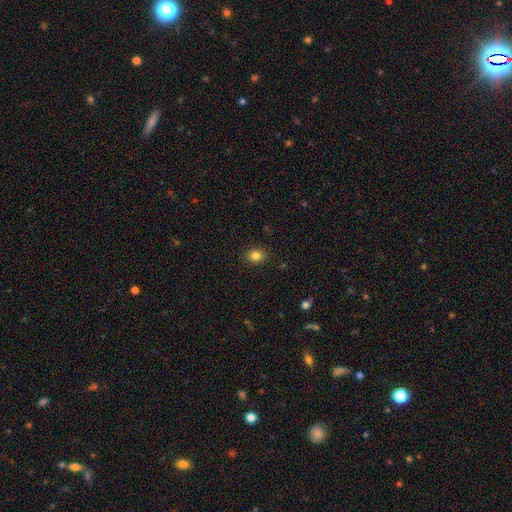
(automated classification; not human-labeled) smooth-or-featured: smooth: 83% | star or artifact: 11% | featured or disk: 6%
  how-rounded: round: 55% | in between: 44% | cigar-shaped: 1%
  merging: none: 89% | minor disturbance: 8% | major disturbance: 2% | merger: 1%